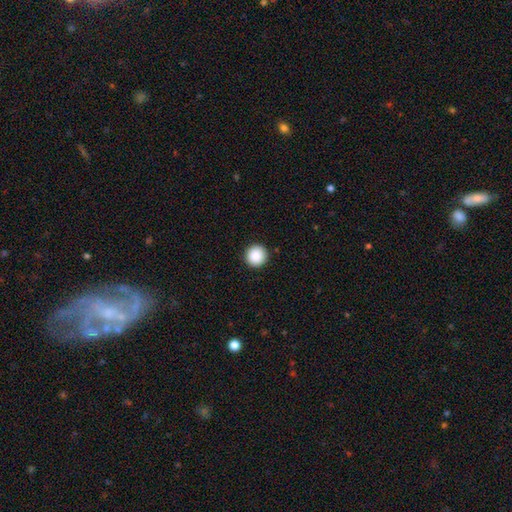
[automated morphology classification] The model was most divided on "smooth or featured": smooth: 89%, star or artifact: 9%, featured or disk: 2%. More confident: how rounded — round (96%); merging — none (93%).